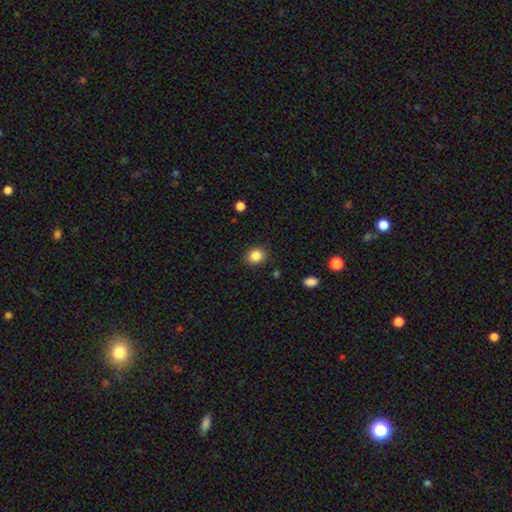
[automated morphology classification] Q: Smooth or featured?
A: smooth (86%); runner-up: star or artifact (10%)
Q: How rounded?
A: round (76%); runner-up: in between (24%)
Q: Merging?
A: none (88%); runner-up: minor disturbance (8%)